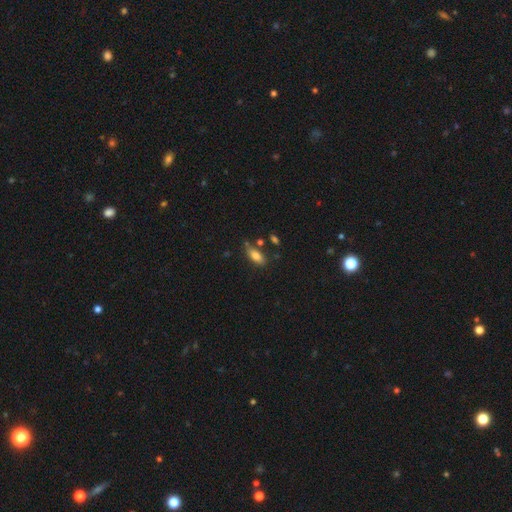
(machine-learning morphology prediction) smooth 79%, featured or disk 13%, star or artifact 8%. Down the decision tree: how rounded — in between (81%); merging — none (66%).